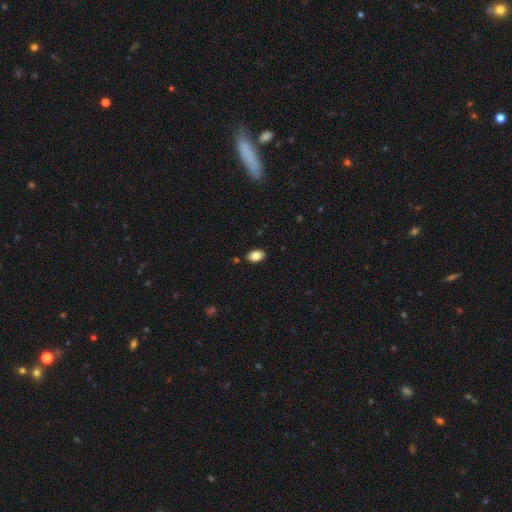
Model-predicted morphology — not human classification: Smooth or featured?
  - smooth: 86% *
  - star or artifact: 8%
  - featured or disk: 6%
How rounded?
  - in between: 86% *
  - round: 13%
  - cigar-shaped: 1%
Merging?
  - none: 87% *
  - minor disturbance: 9%
  - major disturbance: 2%
  - merger: 2%